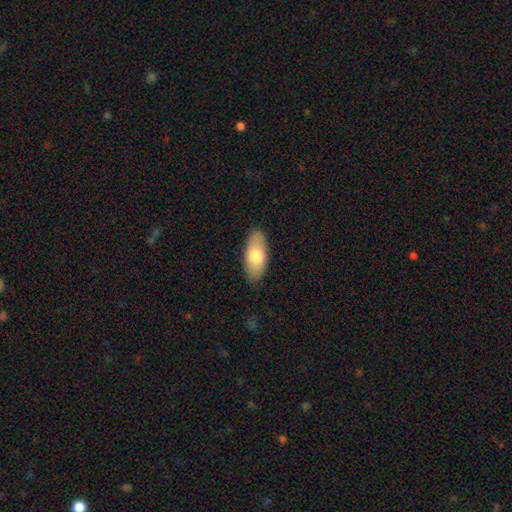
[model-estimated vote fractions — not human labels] Smooth or featured: smooth — 78% (featured or disk — 17%)
How rounded: in between — 89% (cigar-shaped — 9%)
Merging: none — 87% (minor disturbance — 10%)